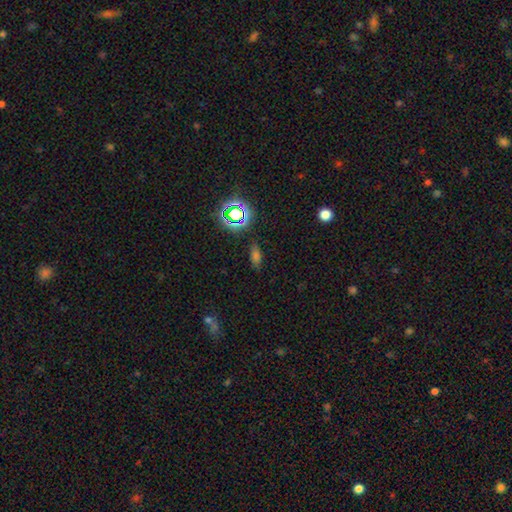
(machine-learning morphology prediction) Smooth or featured? smooth (58%)
How rounded? in between (67%)
Merging? none (83%)